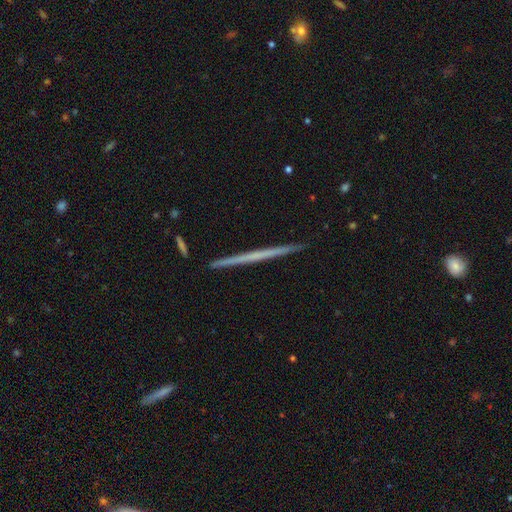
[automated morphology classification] This is likely a featured or disk galaxy (62%). It is clearly viewed edge-on (98%). Edge-on bulge: clearly none (85%). Merging: clearly none (92%).